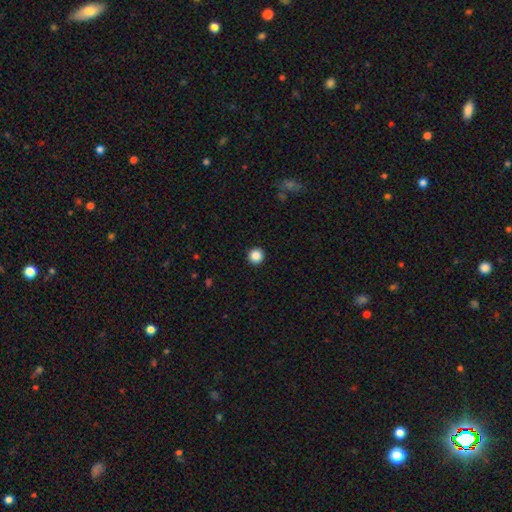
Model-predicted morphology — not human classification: smooth 87%, star or artifact 10%, featured or disk 3%. Down the decision tree: how rounded — round (96%); merging — none (94%).